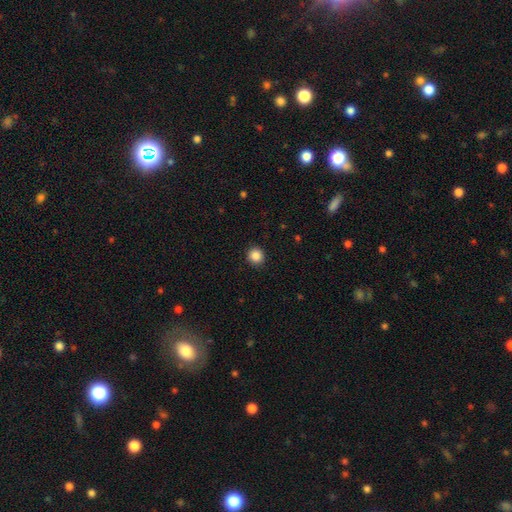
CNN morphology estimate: smooth_or_featured: smooth (p=0.87) [alt: star or artifact p=0.10]
how_rounded: round (p=0.93) [alt: in between p=0.06]
merging: none (p=0.92) [alt: minor disturbance p=0.05]